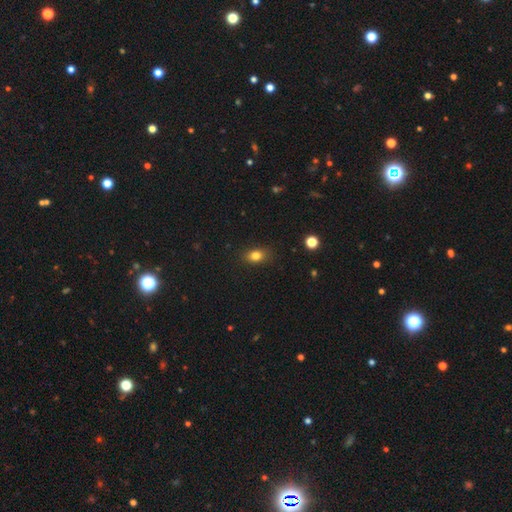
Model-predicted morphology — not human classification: smooth-or-featured: smooth: 82% | star or artifact: 12% | featured or disk: 7%
  how-rounded: in between: 69% | round: 29% | cigar-shaped: 2%
  merging: none: 85% | minor disturbance: 11% | major disturbance: 3% | merger: 1%